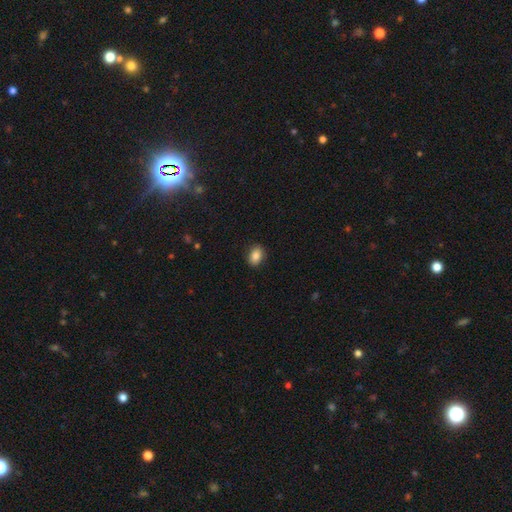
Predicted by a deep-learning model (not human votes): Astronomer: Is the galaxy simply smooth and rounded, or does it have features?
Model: smooth — 85%.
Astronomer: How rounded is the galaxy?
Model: in between — 76%.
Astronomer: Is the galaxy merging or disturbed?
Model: none — 88%.